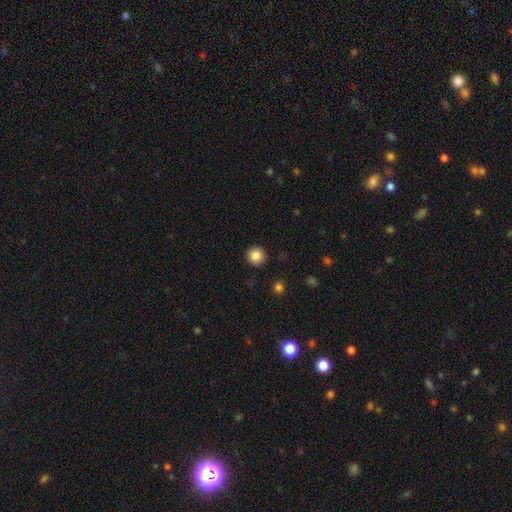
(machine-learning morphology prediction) Smooth or featured? smooth (86%)
How rounded? round (95%)
Merging? none (92%)